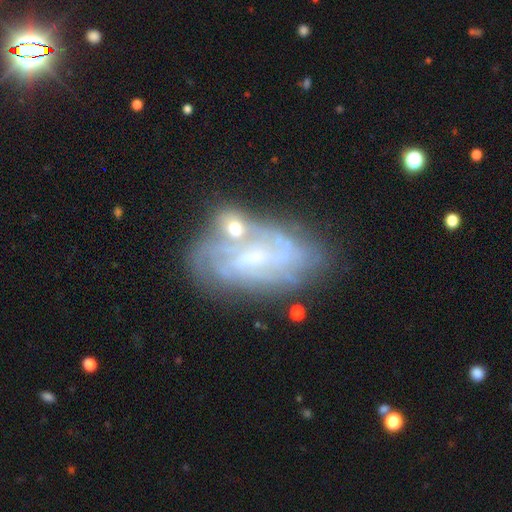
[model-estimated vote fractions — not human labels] smooth_or_featured: featured or disk (p=0.75) [alt: smooth p=0.16]
disk_edge_on: no (p=0.94) [alt: yes p=0.06]
bar: weak (p=0.43) [alt: no p=0.37]
has_spiral_arms: yes (p=0.79) [alt: no p=0.21]
spiral_winding: tight (p=0.54) [alt: medium p=0.33]
spiral_arm_count: can't tell (p=0.53) [alt: 2 p=0.18]
bulge_size: small (p=0.55) [alt: moderate p=0.22]
merging: none (p=0.50) [alt: minor disturbance p=0.19]